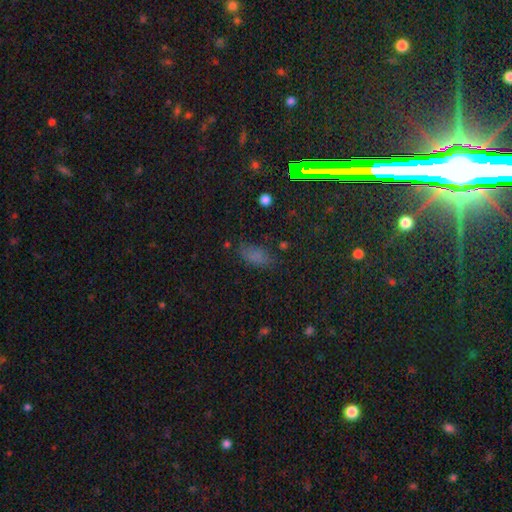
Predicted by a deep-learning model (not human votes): Smooth or featured?
  - smooth: 66% *
  - star or artifact: 25%
  - featured or disk: 9%
How rounded?
  - in between: 87% *
  - cigar-shaped: 7%
  - round: 6%
Merging?
  - none: 67% *
  - minor disturbance: 22%
  - major disturbance: 8%
  - merger: 3%